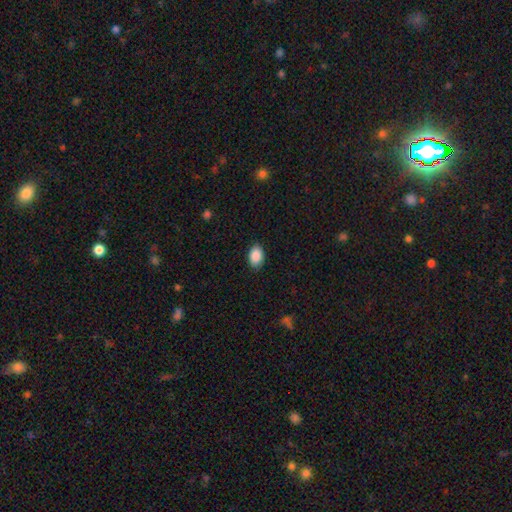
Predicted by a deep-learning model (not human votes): A smooth galaxy with no disk features (89%) that is in between round and cigar-shaped (86%).

Vote fractions:
- Smooth or featured? smooth: 89% / star or artifact: 7% / featured or disk: 4%
- How rounded? in between: 86% / round: 13% / cigar-shaped: 1%
- Merging? none: 87% / minor disturbance: 10% / major disturbance: 2% / merger: 1%